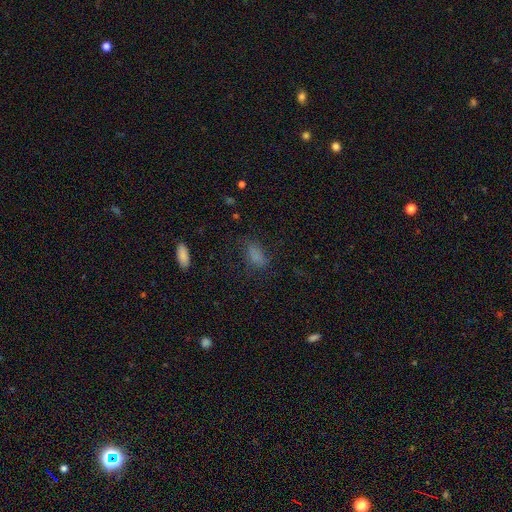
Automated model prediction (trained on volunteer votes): Smooth or featured?
  - smooth: 78% *
  - star or artifact: 14%
  - featured or disk: 8%
How rounded?
  - in between: 87% *
  - round: 8%
  - cigar-shaped: 5%
Merging?
  - none: 65% *
  - minor disturbance: 21%
  - major disturbance: 12%
  - merger: 2%